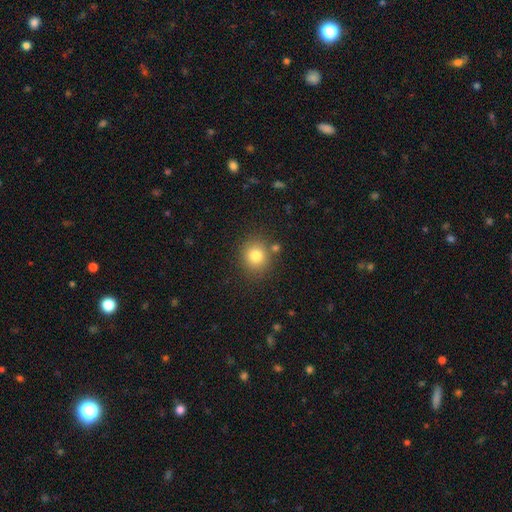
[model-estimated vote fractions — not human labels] smooth-or-featured: smooth: 80% | star or artifact: 12% | featured or disk: 8%
  how-rounded: round: 85% | in between: 14% | cigar-shaped: 1%
  merging: none: 80% | minor disturbance: 9% | merger: 7% | major disturbance: 3%